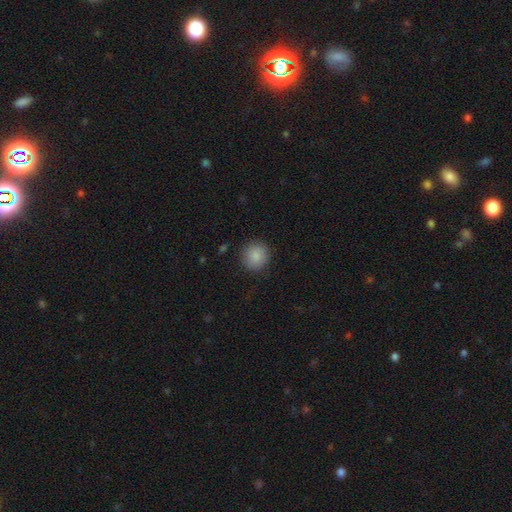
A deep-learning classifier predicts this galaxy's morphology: Overall: smooth (88%). How rounded: round (89%). Merging: none (88%).